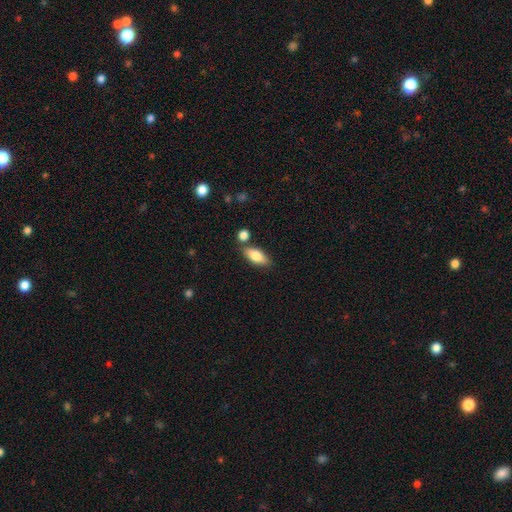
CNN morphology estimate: Smooth or featured: smooth — 79% (featured or disk — 14%)
How rounded: in between — 84% (cigar-shaped — 13%)
Merging: none — 74% (minor disturbance — 12%)